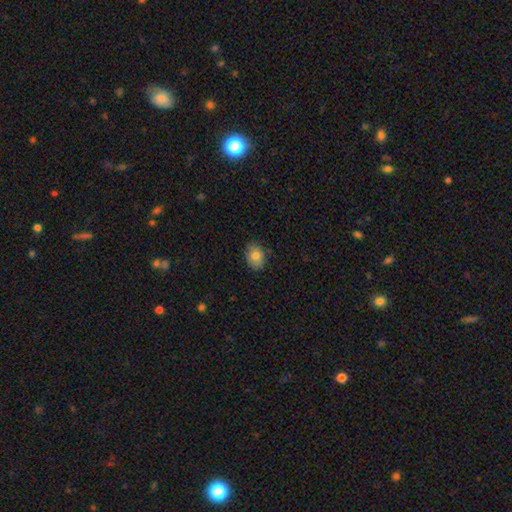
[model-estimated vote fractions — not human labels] Overall: smooth (81%). How rounded: in between (69%; round 30%). Merging: none (84%).